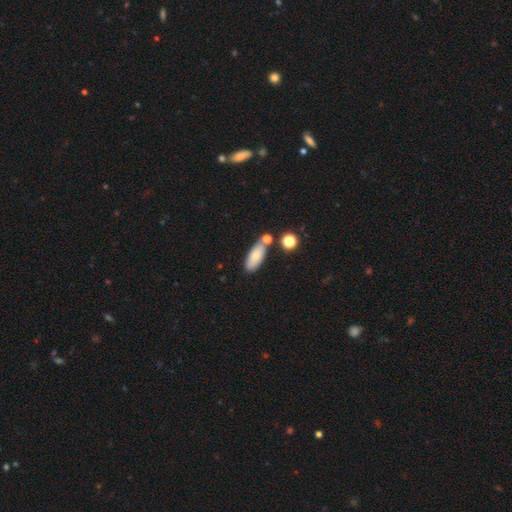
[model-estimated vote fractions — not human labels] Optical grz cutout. It shows a smooth galaxy with no disk features (73%) that is in between round and cigar-shaped (76%). Merging: none (66%).